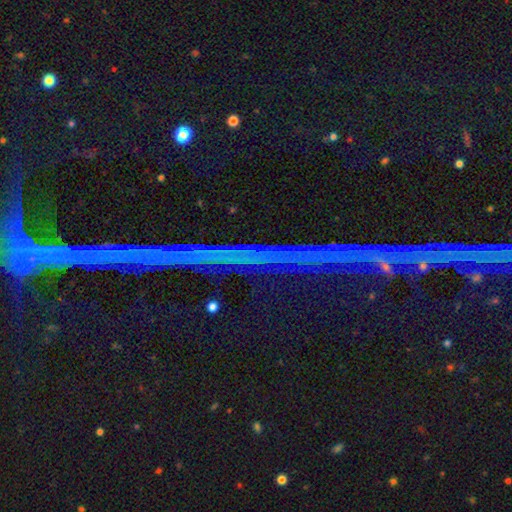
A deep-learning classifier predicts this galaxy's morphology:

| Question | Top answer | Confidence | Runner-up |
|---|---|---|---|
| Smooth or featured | star or artifact | 82% | featured or disk (10%) |